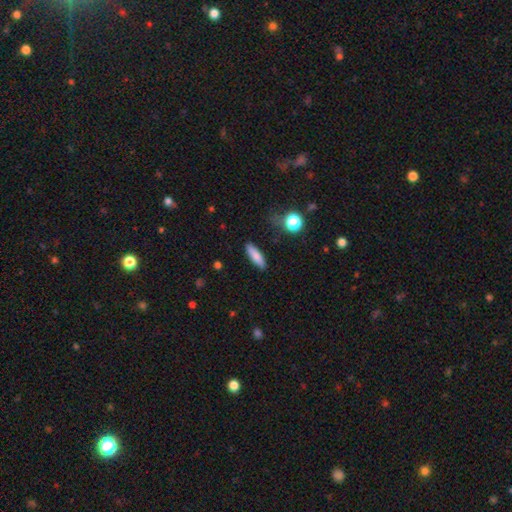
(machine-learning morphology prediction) Q: Smooth or featured?
A: smooth (81%); runner-up: featured or disk (11%)
Q: How rounded?
A: cigar-shaped (57%); runner-up: in between (40%)
Q: Merging?
A: none (85%); runner-up: minor disturbance (11%)